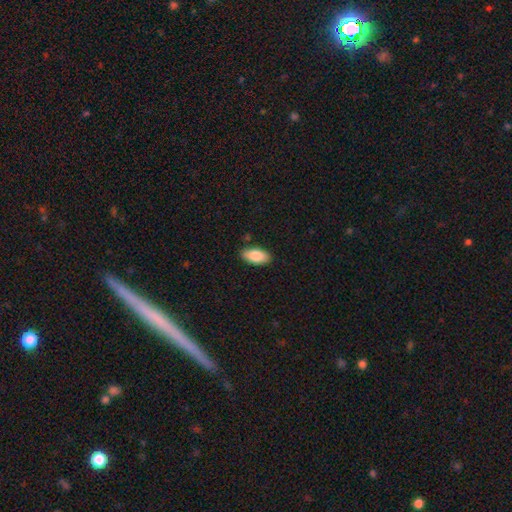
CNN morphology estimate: Q: Smooth or featured?
A: smooth (86%); runner-up: featured or disk (8%)
Q: How rounded?
A: in between (92%); runner-up: cigar-shaped (5%)
Q: Merging?
A: none (87%); runner-up: minor disturbance (10%)